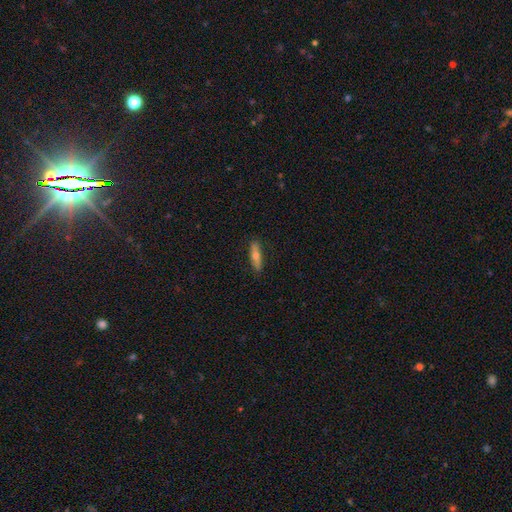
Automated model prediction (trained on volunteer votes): A smooth galaxy with no disk features (56%) that is cigar-shaped (71%). Merging: none (87%).